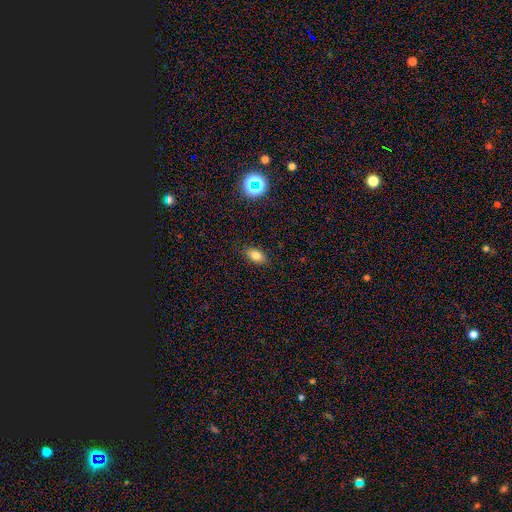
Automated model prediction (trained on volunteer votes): Smooth or featured?
  - smooth: 79% *
  - star or artifact: 12%
  - featured or disk: 9%
How rounded?
  - in between: 88% *
  - round: 9%
  - cigar-shaped: 3%
Merging?
  - none: 87% *
  - minor disturbance: 10%
  - major disturbance: 2%
  - merger: 1%